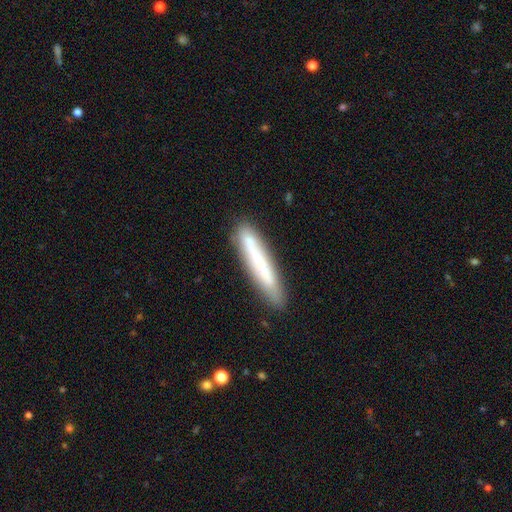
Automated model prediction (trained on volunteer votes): Smooth or featured? Predicted: smooth (p=0.59). How rounded? Predicted: cigar-shaped (p=0.93). Merging? Predicted: none (p=0.79).